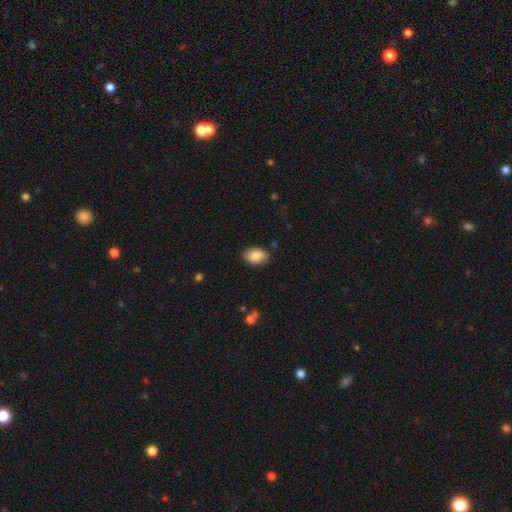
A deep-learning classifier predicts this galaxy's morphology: This appears to be a smooth galaxy with no disk features (85%) that is in between round and cigar-shaped (89%). Merging: none (86%).